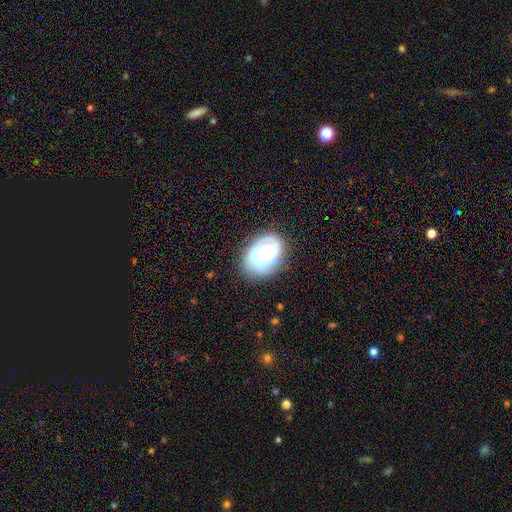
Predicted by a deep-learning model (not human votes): This is likely a featured or disk galaxy (62%). It is clearly not viewed edge-on (97%). Bar: likely no (77%). Spiral arm pattern: likely yes (65%). Central bulge: possibly moderate (55%). Merging: possibly none (59%).